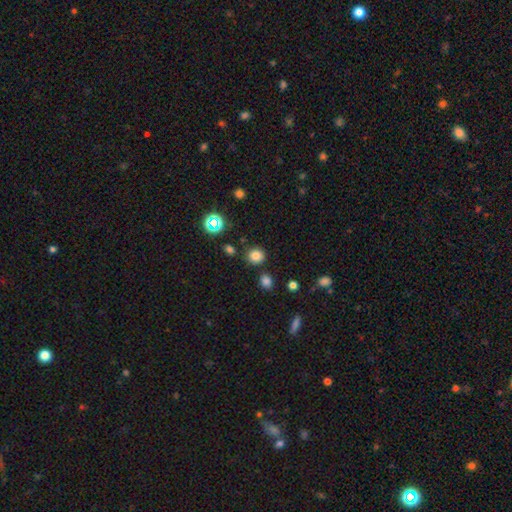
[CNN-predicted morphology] Smooth or featured? Predicted: smooth (p=0.79). How rounded? Predicted: round (p=0.86). Merging? Predicted: none (p=0.83).